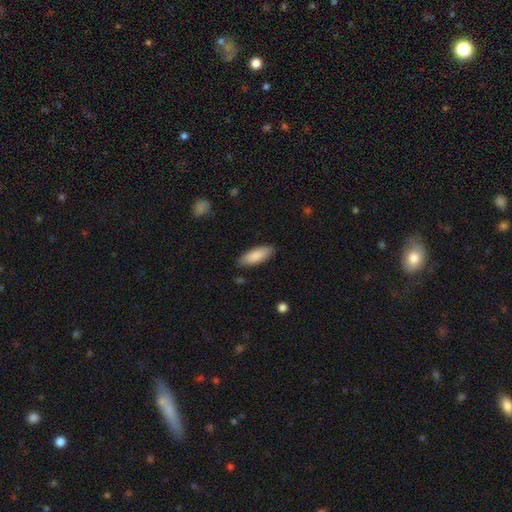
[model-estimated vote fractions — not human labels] A smooth galaxy with no disk features (85%) that is in between round and cigar-shaped (70%).

Vote fractions:
- Smooth or featured? smooth: 85% / featured or disk: 10% / star or artifact: 5%
- How rounded? in between: 70% / cigar-shaped: 29% / round: 2%
- Merging? none: 86% / minor disturbance: 11% / major disturbance: 2% / merger: 1%